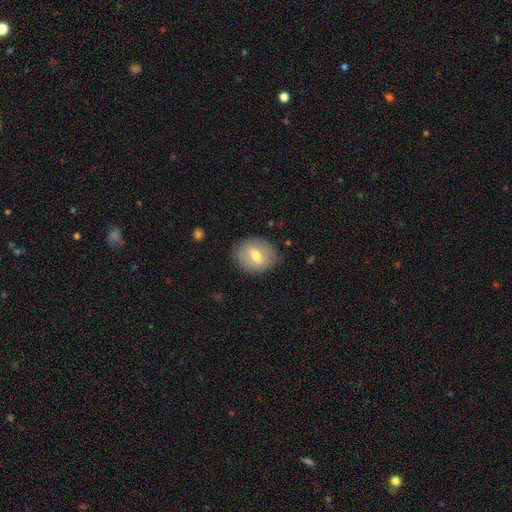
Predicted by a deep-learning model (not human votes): This is possibly a smooth galaxy (60%). How rounded: likely round (61%). Merging: clearly none (81%).